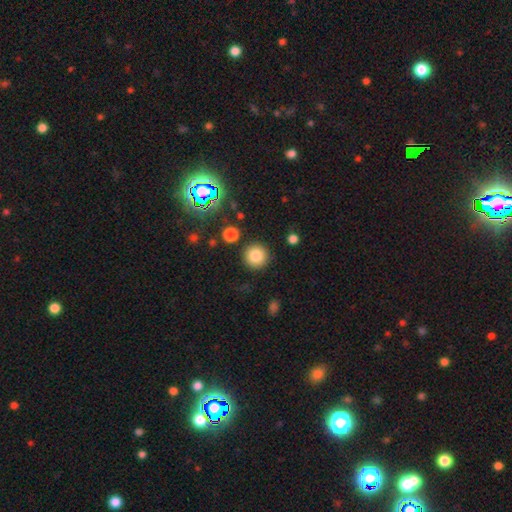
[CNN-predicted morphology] The model was most divided on "smooth or featured": smooth: 81%, star or artifact: 12%, featured or disk: 7%. More confident: how rounded — round (95%); merging — none (89%).